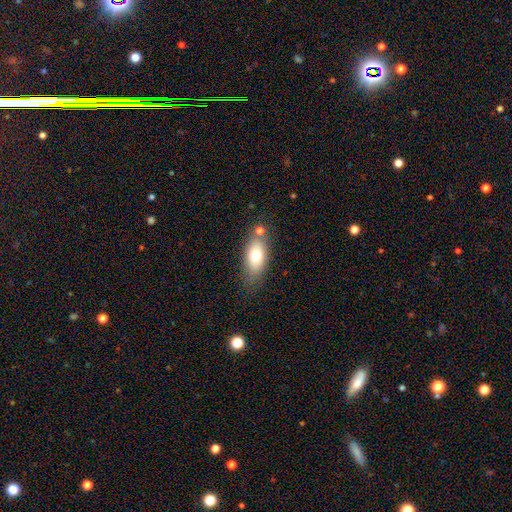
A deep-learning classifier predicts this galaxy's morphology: Smooth or featured? Predicted: smooth (p=0.71). How rounded? Predicted: in between (p=0.83). Merging? Predicted: none (p=0.65).